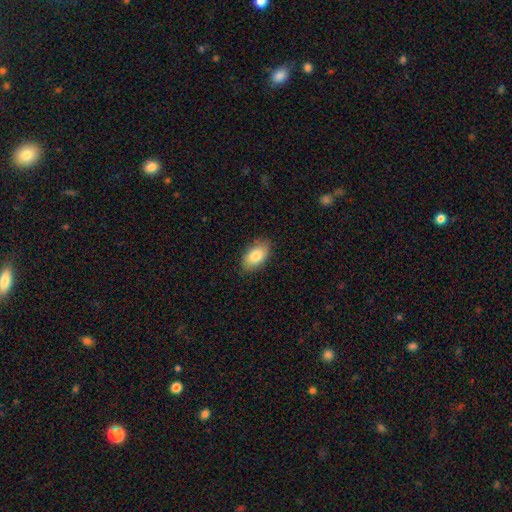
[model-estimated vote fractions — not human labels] Smooth or featured: smooth — 82% (featured or disk — 11%)
How rounded: in between — 93% (round — 5%)
Merging: none — 86% (minor disturbance — 10%)